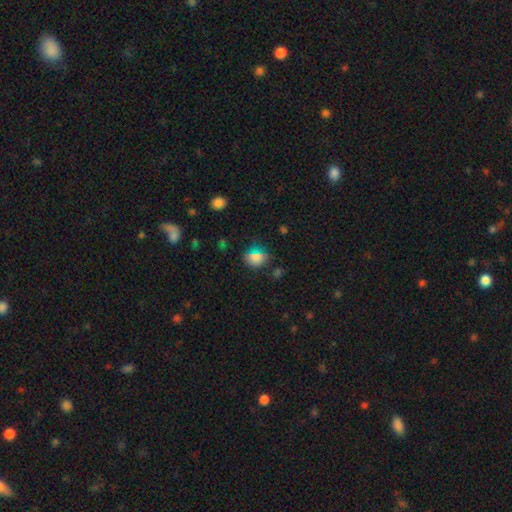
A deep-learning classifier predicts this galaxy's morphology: Smooth or featured? smooth (70%)
How rounded? round (71%)
Merging? none (80%)